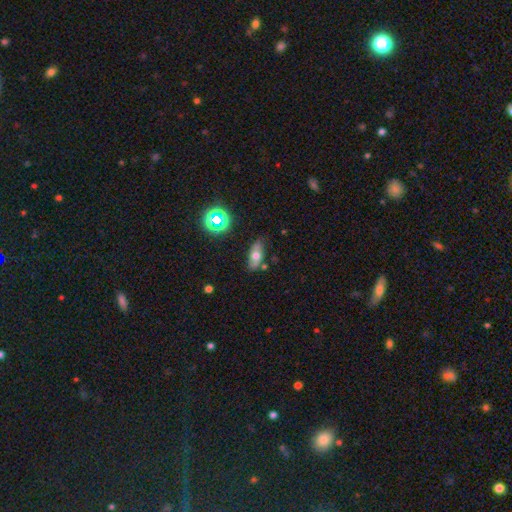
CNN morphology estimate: This is possibly a smooth galaxy (56%). How rounded: clearly in between (81%). Merging: likely none (78%).